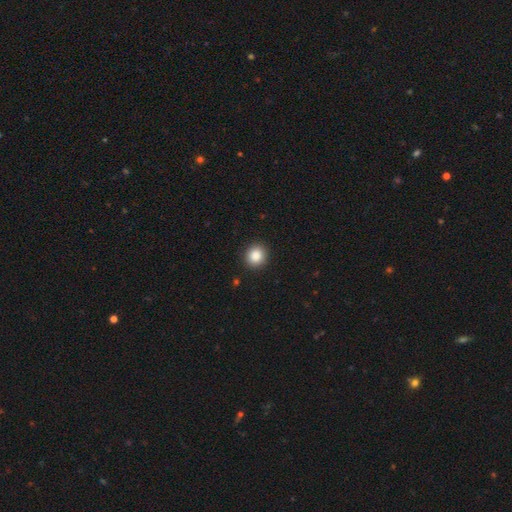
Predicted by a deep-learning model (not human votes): The model was most divided on "how rounded": round: 87%, in between: 12%, cigar-shaped: 1%. More confident: merging — none (91%); smooth or featured — smooth (87%).